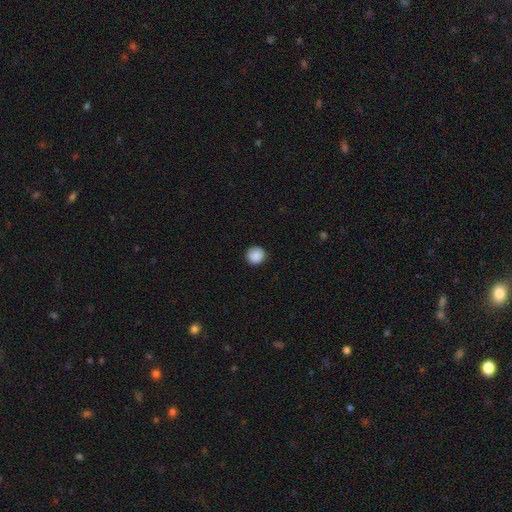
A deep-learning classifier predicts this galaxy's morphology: A smooth galaxy with no disk features (89%) that is round (95%). Merging: none (92%).